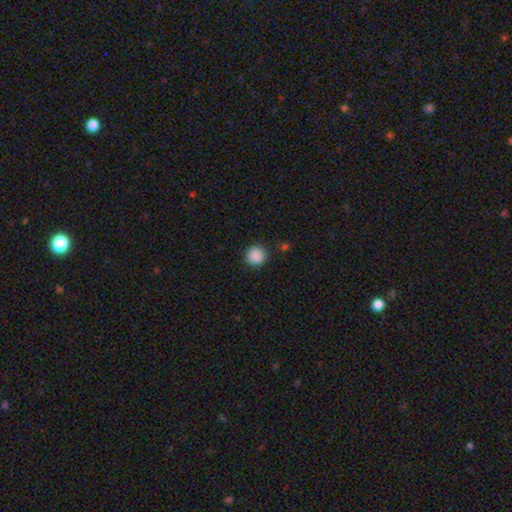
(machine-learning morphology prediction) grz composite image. It shows a smooth galaxy with no disk features (89%) that is round (95%). Merging: none (91%).